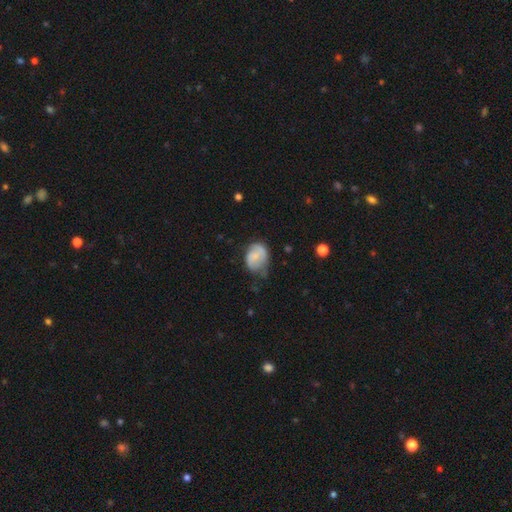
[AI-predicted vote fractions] A smooth galaxy with no disk features (57%) that is in between round and cigar-shaped (60%). Merging: none (42%).